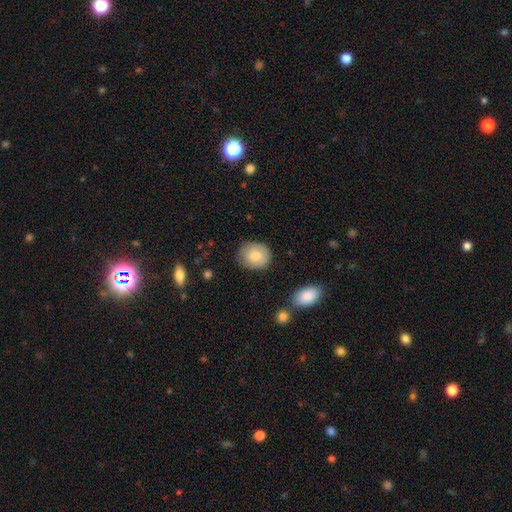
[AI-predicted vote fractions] Smooth or featured? Predicted: smooth (p=0.77). How rounded? Predicted: round (p=0.66). Merging? Predicted: none (p=0.79).